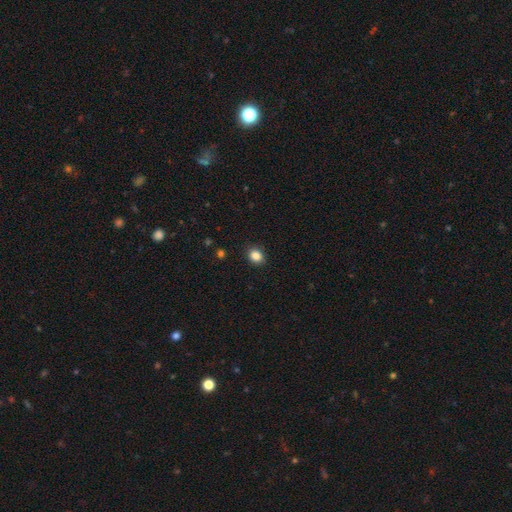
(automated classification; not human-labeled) smooth_or_featured: smooth (p=0.86) [alt: star or artifact p=0.10]
how_rounded: round (p=0.54) [alt: in between p=0.45]
merging: none (p=0.89) [alt: minor disturbance p=0.08]